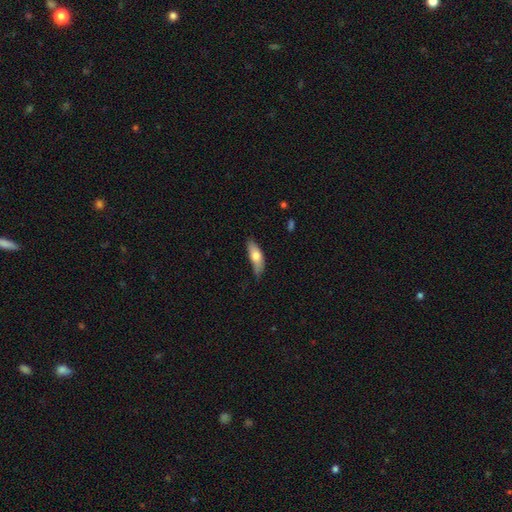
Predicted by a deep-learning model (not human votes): This is likely a smooth galaxy (71%). How rounded: likely in between (61%). Merging: possibly none (59%).